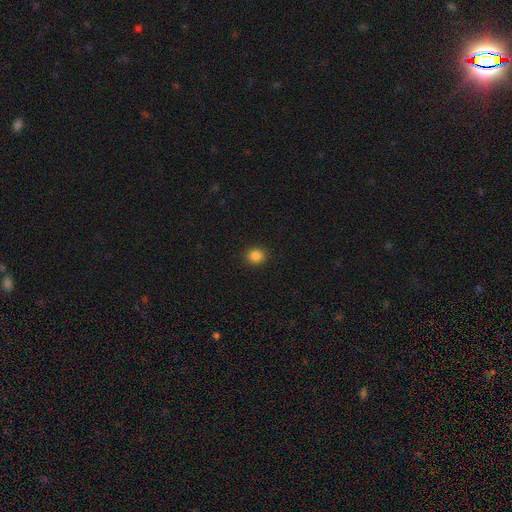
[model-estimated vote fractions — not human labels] Smooth or featured?
  - smooth: 85% *
  - star or artifact: 11%
  - featured or disk: 3%
How rounded?
  - round: 82% *
  - in between: 17%
  - cigar-shaped: 1%
Merging?
  - none: 91% *
  - minor disturbance: 6%
  - major disturbance: 2%
  - merger: 1%